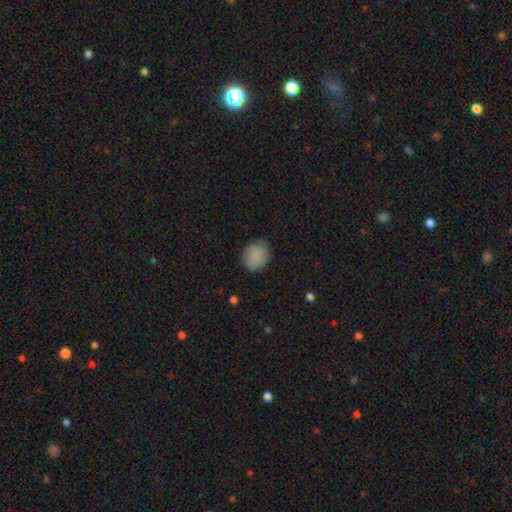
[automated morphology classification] Smooth or featured: smooth — 85% (star or artifact — 8%)
How rounded: round — 72% (in between — 27%)
Merging: none — 77% (minor disturbance — 17%)